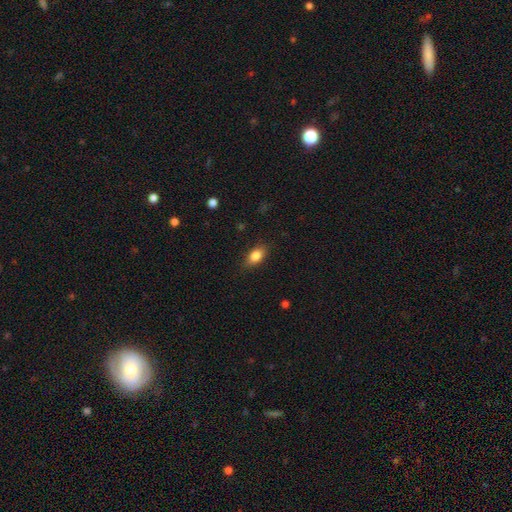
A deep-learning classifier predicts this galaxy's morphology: Smooth or featured? smooth (83%)
How rounded? in between (86%)
Merging? none (84%)